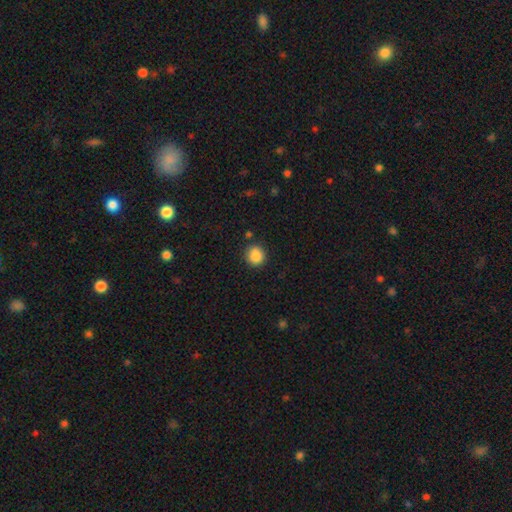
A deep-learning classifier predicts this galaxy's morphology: A smooth galaxy with no disk features (88%) that is round (83%).

Vote fractions:
- Smooth or featured? smooth: 88% / star or artifact: 9% / featured or disk: 3%
- How rounded? round: 83% / in between: 16% / cigar-shaped: 1%
- Merging? none: 86% / minor disturbance: 9% / major disturbance: 3% / merger: 2%